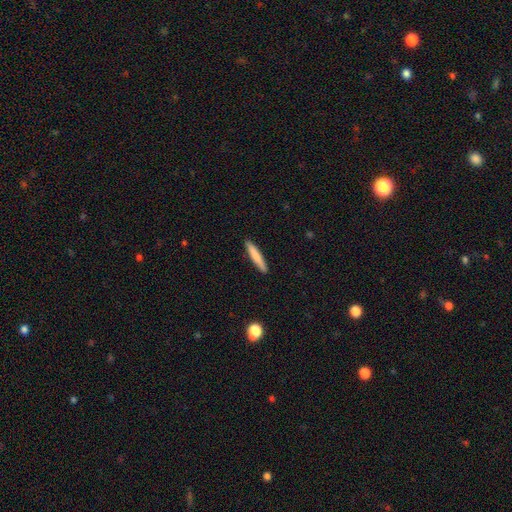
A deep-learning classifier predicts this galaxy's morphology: smooth-or-featured: smooth: 76% | featured or disk: 19% | star or artifact: 5%
  how-rounded: cigar-shaped: 93% | in between: 6% | round: 1%
  merging: none: 91% | minor disturbance: 7% | major disturbance: 1% | merger: 1%